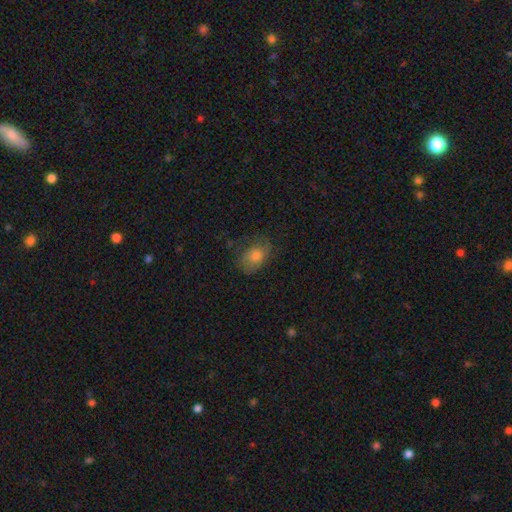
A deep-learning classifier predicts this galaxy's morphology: Smooth or featured? smooth (68%)
How rounded? in between (75%)
Merging? none (64%)